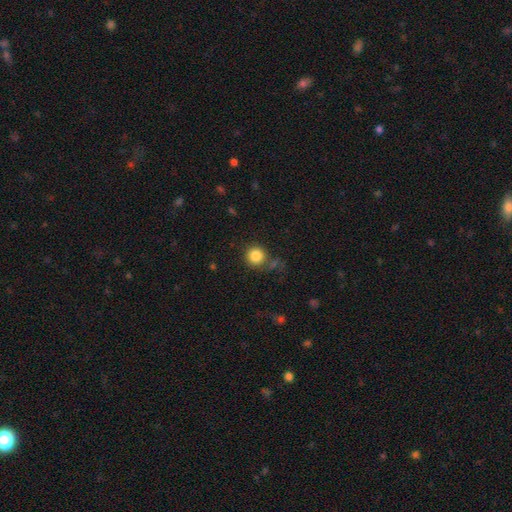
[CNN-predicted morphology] type=smooth (85%); roundness=round (93%); merging=none (77%).